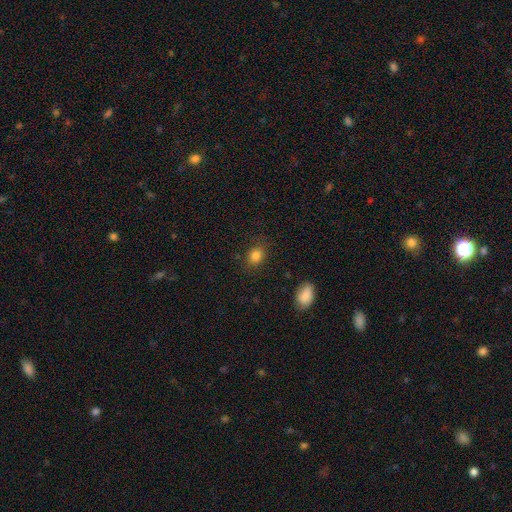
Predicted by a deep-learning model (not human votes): Smooth or featured? smooth (83%)
How rounded? in between (52%)
Merging? none (83%)